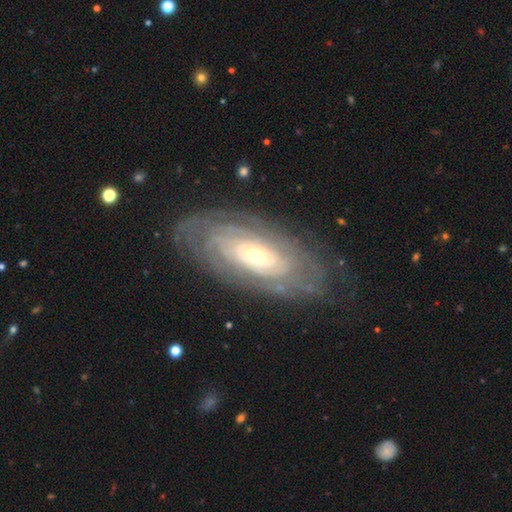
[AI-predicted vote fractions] The model was most divided on "bulge size": small: 65%, moderate: 29%, large: 3%, dominant: 1%, none: 1%. More confident: edge-on disk — no (91%); spiral arms — yes (87%); spiral winding — tight (82%); smooth or featured — featured or disk (80%); bar — no (79%); merging — none (78%); spiral arm count — can't tell (56%).